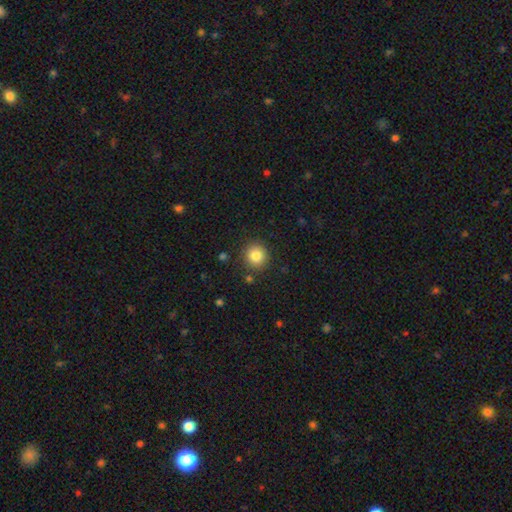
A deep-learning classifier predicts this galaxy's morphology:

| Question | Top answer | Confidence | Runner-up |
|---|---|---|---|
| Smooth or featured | smooth | 84% | star or artifact (10%) |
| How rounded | round | 91% | in between (8%) |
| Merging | none | 88% | minor disturbance (7%) |